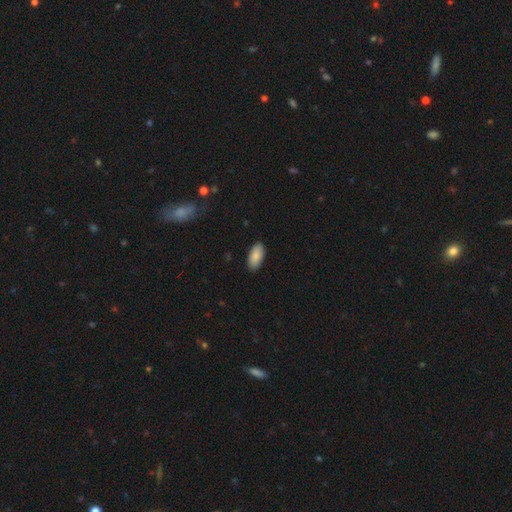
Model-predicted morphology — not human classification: smooth-or-featured: smooth: 88% | star or artifact: 6% | featured or disk: 6%
  how-rounded: in between: 93% | cigar-shaped: 5% | round: 2%
  merging: none: 89% | minor disturbance: 9% | major disturbance: 2% | merger: 1%